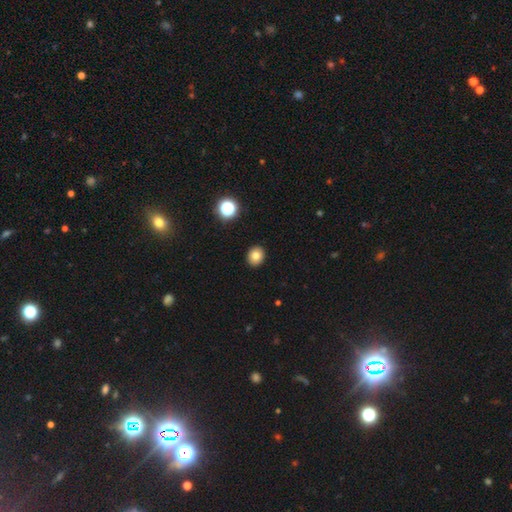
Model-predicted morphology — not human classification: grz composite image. It shows a smooth galaxy with no disk features (81%) that is round (67%). Merging: none (92%).